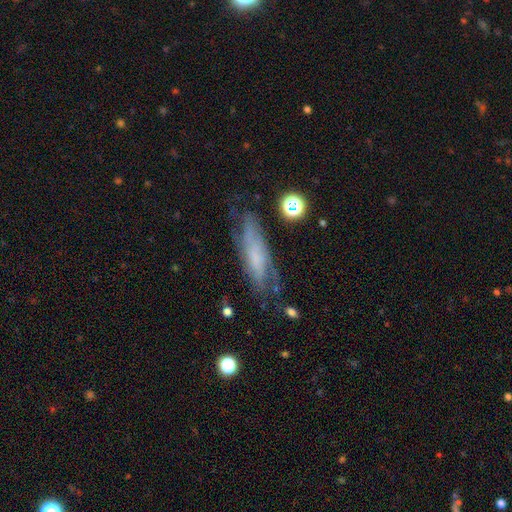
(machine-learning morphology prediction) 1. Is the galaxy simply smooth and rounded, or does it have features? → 54% featured or disk, 36% smooth, 10% star or artifact.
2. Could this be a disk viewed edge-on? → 63% no, 37% yes.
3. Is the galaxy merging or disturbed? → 62% none, 24% minor disturbance, 11% major disturbance, 3% merger.